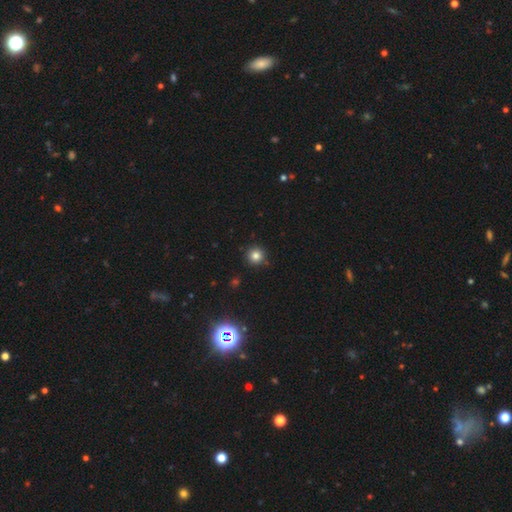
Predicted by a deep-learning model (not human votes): Smooth or featured? smooth (80%)
How rounded? round (95%)
Merging? none (88%)